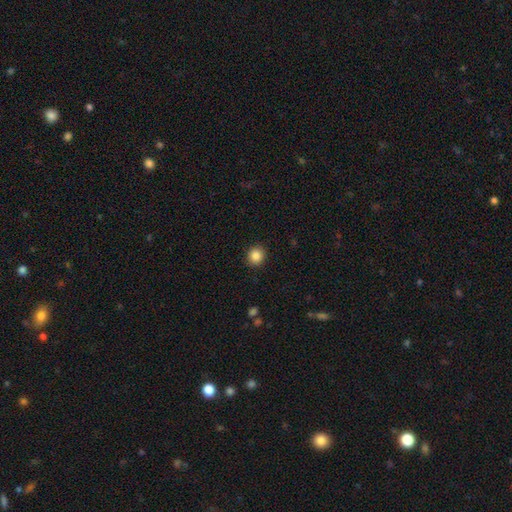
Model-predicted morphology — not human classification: smooth_or_featured: smooth (p=0.86) [alt: star or artifact p=0.10]
how_rounded: round (p=0.88) [alt: in between p=0.12]
merging: none (p=0.91) [alt: minor disturbance p=0.06]